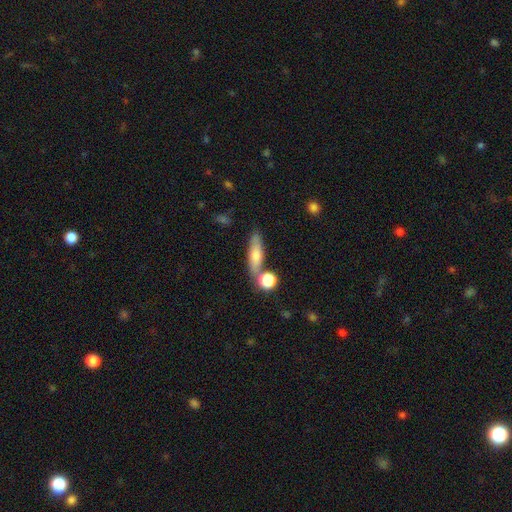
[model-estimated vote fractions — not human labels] Morphology: type=smooth (66%); roundness=cigar-shaped (59%); merging=none (68%).